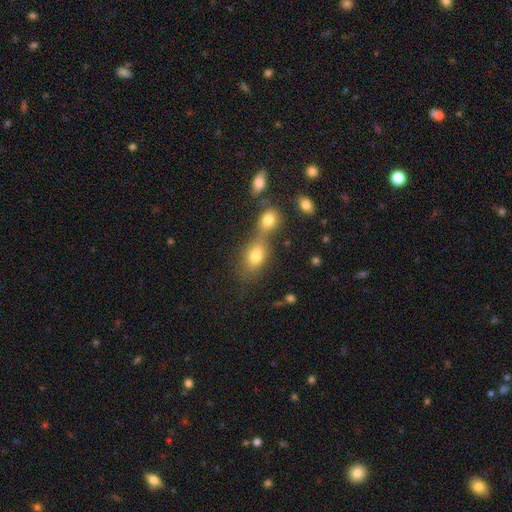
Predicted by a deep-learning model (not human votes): A smooth galaxy with no disk features (73%) that is in between round and cigar-shaped (74%). Merging: merger (44%).